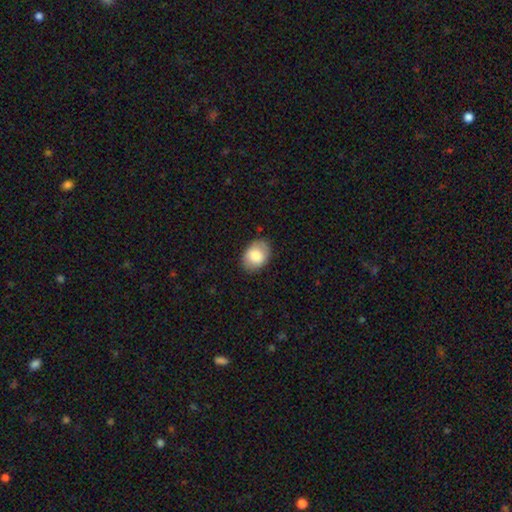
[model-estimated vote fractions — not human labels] The model was most divided on "how rounded": in between: 72%, round: 27%, cigar-shaped: 1%. More confident: merging — none (81%); smooth or featured — smooth (80%).